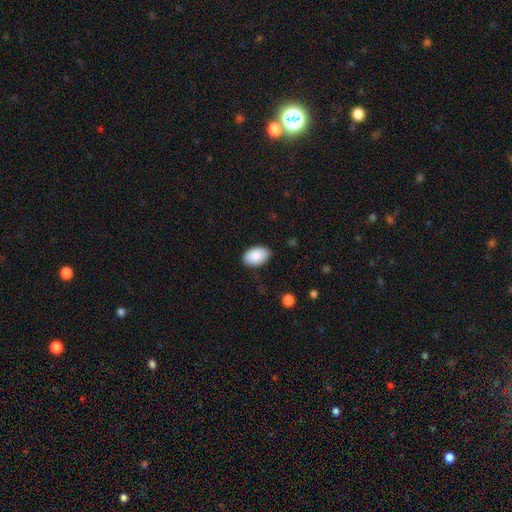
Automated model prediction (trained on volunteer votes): smooth 90%, star or artifact 6%, featured or disk 4%. Down the decision tree: how rounded — in between (92%); merging — none (86%).